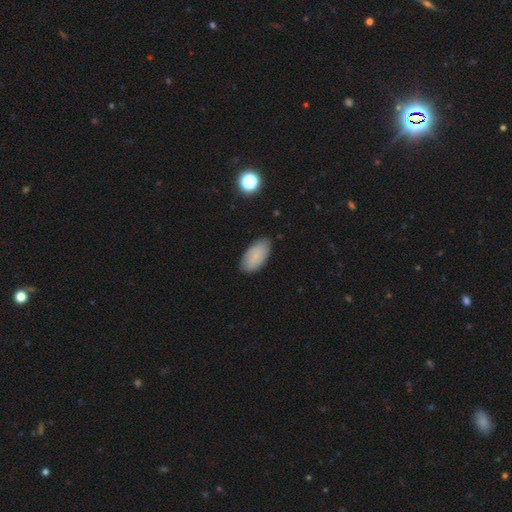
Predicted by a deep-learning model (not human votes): Smooth or featured?
  - smooth: 78% *
  - featured or disk: 14%
  - star or artifact: 8%
How rounded?
  - in between: 94% *
  - cigar-shaped: 3%
  - round: 3%
Merging?
  - none: 84% *
  - minor disturbance: 13%
  - major disturbance: 2%
  - merger: 1%